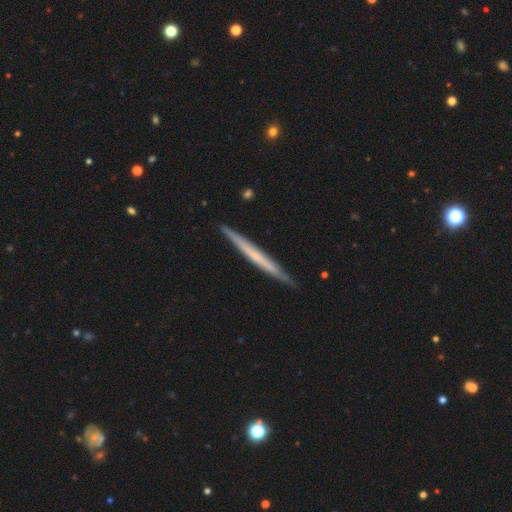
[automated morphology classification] Overall: featured or disk (54%; smooth 41%). Edge-on disk: yes (96%). Edge-on bulge: none (84%). Merging: none (90%).